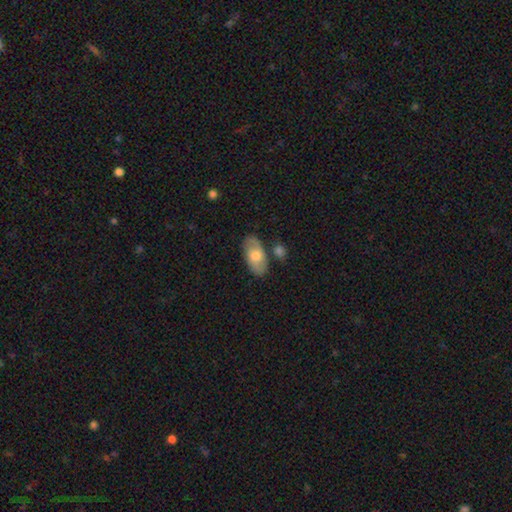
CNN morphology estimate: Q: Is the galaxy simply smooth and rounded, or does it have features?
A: smooth — 60%.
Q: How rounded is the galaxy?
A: in between — 93%.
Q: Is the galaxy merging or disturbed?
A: none — 75%.